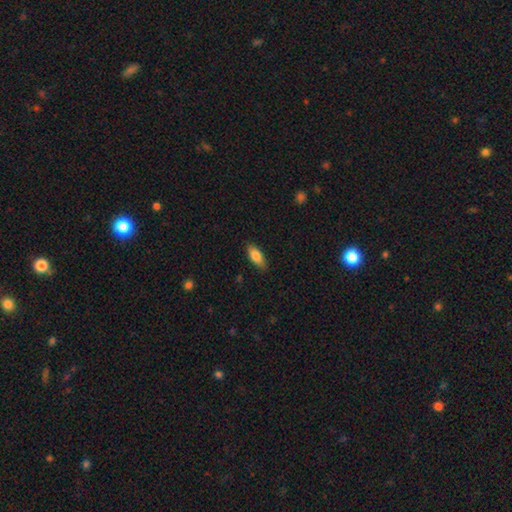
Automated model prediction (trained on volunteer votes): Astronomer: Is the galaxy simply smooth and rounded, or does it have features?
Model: smooth — 83%.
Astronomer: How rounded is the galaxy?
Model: in between — 80%.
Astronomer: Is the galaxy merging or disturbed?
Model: none — 85%.